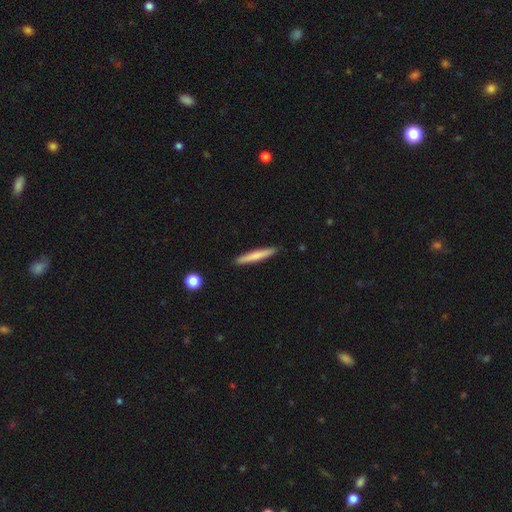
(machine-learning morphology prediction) type=smooth (70%); roundness=cigar-shaped (95%); merging=none (91%).